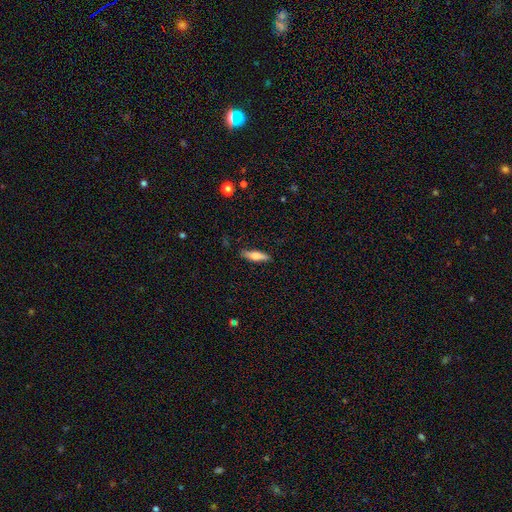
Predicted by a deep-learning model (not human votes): Smooth or featured? smooth (65%)
How rounded? cigar-shaped (65%)
Merging? none (84%)